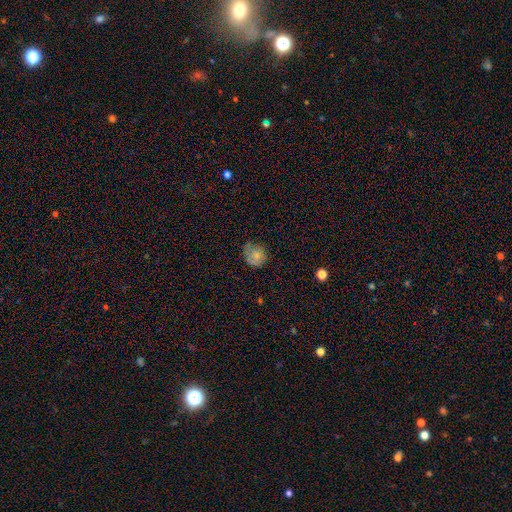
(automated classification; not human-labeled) A smooth galaxy with no disk features (71%) that is round (80%).

Vote fractions:
- Smooth or featured? smooth: 71% / featured or disk: 19% / star or artifact: 10%
- How rounded? round: 80% / in between: 19% / cigar-shaped: 1%
- Merging? none: 54% / minor disturbance: 30% / major disturbance: 13% / merger: 3%